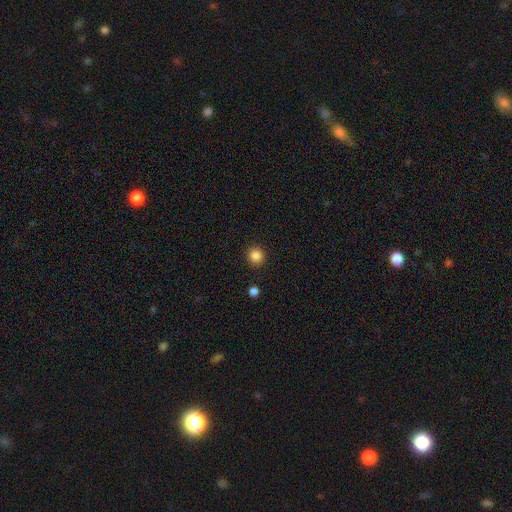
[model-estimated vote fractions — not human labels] smooth_or_featured: smooth (p=0.85) [alt: star or artifact p=0.11]
how_rounded: round (p=0.94) [alt: in between p=0.05]
merging: none (p=0.91) [alt: minor disturbance p=0.05]